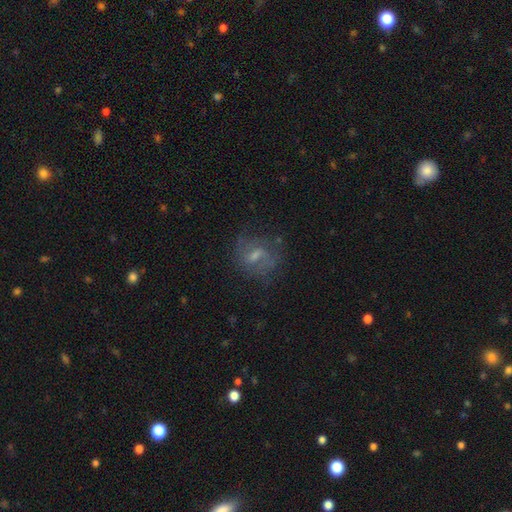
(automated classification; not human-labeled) A featured or disk galaxy (61%) with a weak bar (57%), spiral arms (78%) and a small central bulge (40%, tied with moderate). Merging: none (64%).